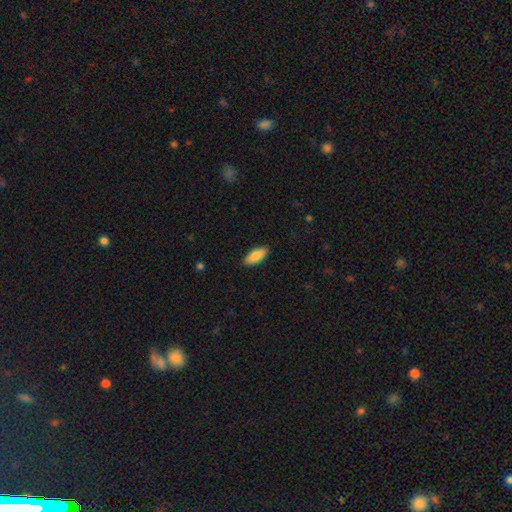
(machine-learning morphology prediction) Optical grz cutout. It shows a smooth galaxy with no disk features (82%) that is in between round and cigar-shaped (80%). Merging: none (88%).